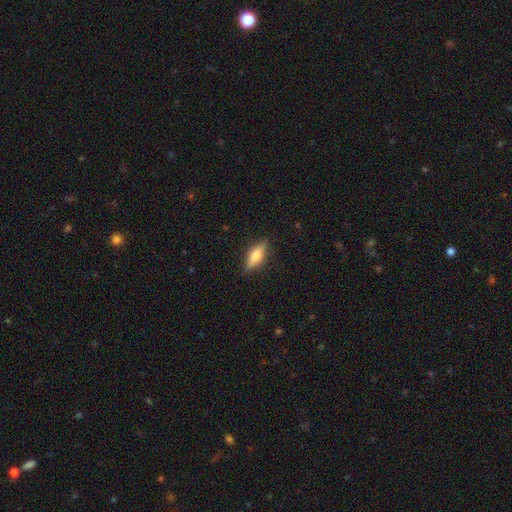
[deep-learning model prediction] Smooth or featured? smooth (56%)
How rounded? in between (49%)
Merging? none (86%)